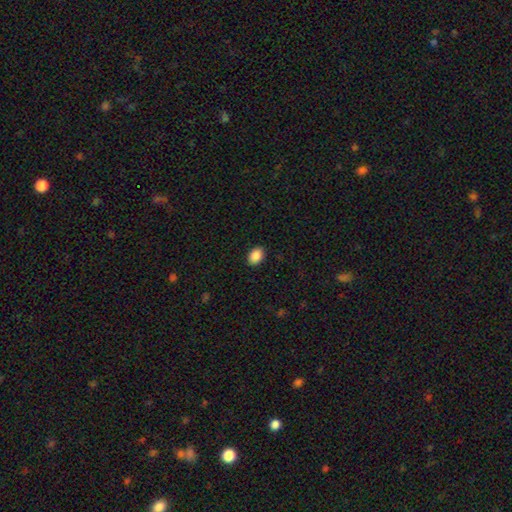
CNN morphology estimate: smooth 89%, star or artifact 8%, featured or disk 3%. Down the decision tree: how rounded — in between (80%); merging — none (90%).